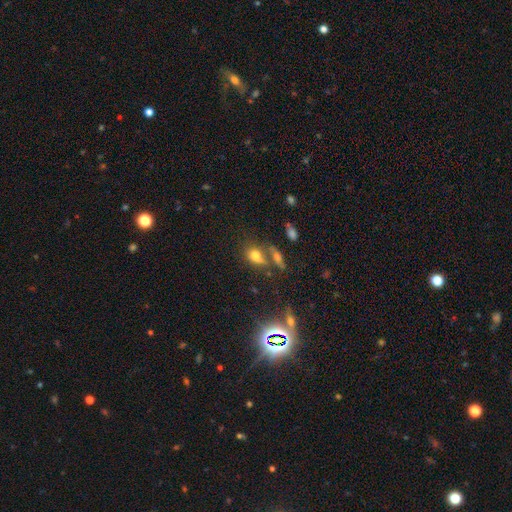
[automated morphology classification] smooth-or-featured: smooth: 67% | star or artifact: 19% | featured or disk: 13%
  how-rounded: in between: 62% | round: 33% | cigar-shaped: 5%
  merging: none: 45% | merger: 31% | minor disturbance: 15% | major disturbance: 10%